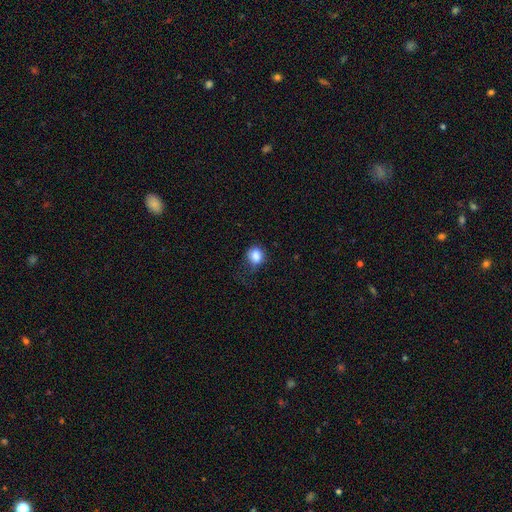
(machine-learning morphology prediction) A smooth galaxy with no disk features (85%) that is round (55%).

Vote fractions:
- Smooth or featured? smooth: 85% / star or artifact: 9% / featured or disk: 6%
- How rounded? round: 55% / in between: 44% / cigar-shaped: 1%
- Merging? none: 56% / minor disturbance: 28% / major disturbance: 14% / merger: 2%